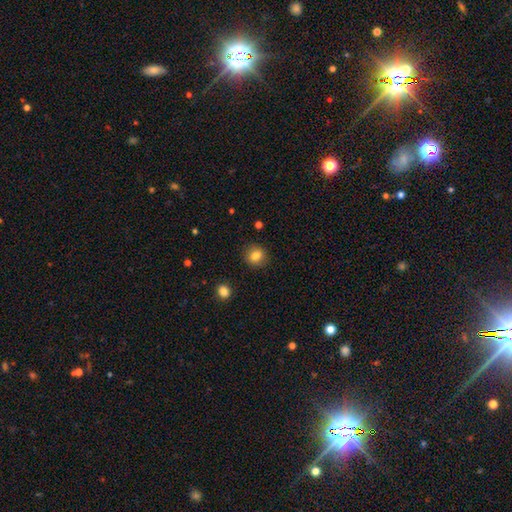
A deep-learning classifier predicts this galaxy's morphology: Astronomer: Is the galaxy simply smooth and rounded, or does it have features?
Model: smooth — 83%.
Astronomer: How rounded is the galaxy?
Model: round — 87%.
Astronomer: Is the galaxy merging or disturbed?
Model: none — 90%.